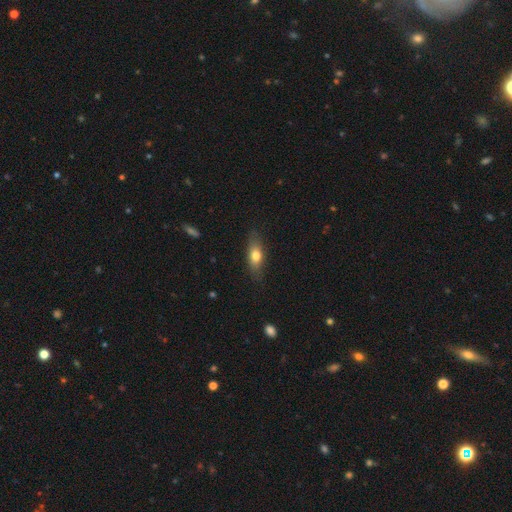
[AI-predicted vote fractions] This appears to be a smooth galaxy with no disk features (70%) that is in between round and cigar-shaped (65%). Merging: none (81%).